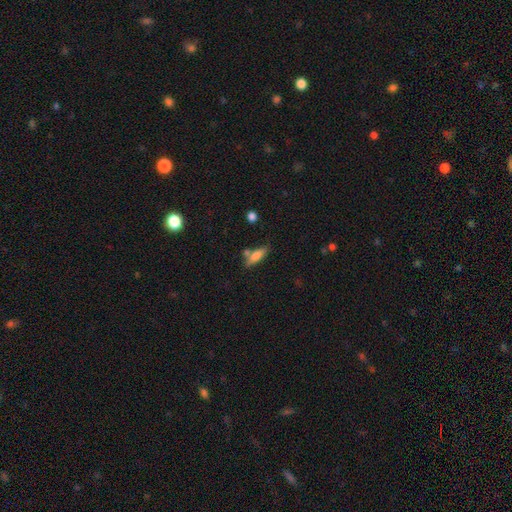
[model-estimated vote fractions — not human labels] This appears to be a smooth galaxy with no disk features (74%) that is in between round and cigar-shaped (54%). Merging: none (61%).